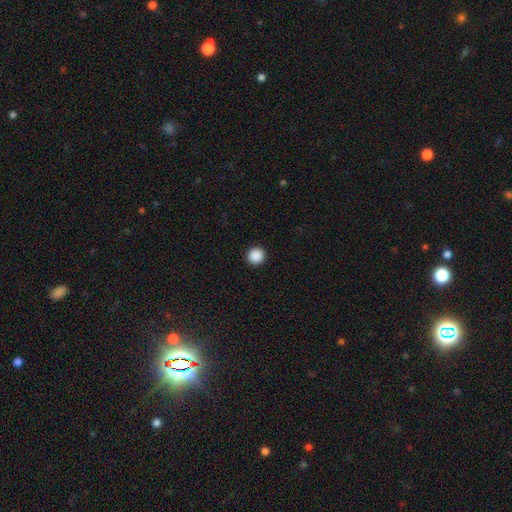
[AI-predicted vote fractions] Smooth or featured?
  - smooth: 89% *
  - star or artifact: 9%
  - featured or disk: 2%
How rounded?
  - round: 95% *
  - in between: 4%
  - cigar-shaped: 1%
Merging?
  - none: 94% *
  - minor disturbance: 4%
  - major disturbance: 1%
  - merger: 1%